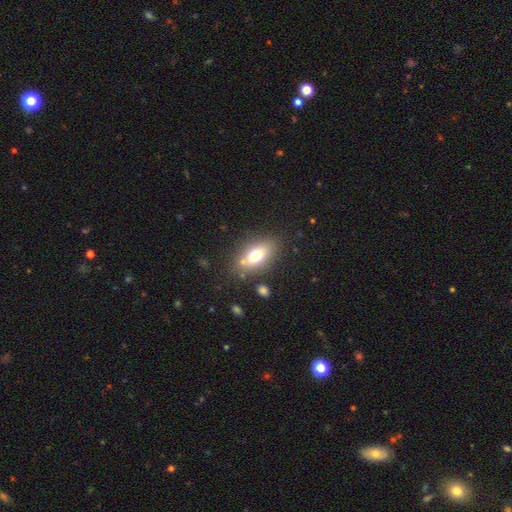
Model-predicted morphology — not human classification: A smooth galaxy with no disk features (72%) that is in between round and cigar-shaped (85%). Merging: none (76%).